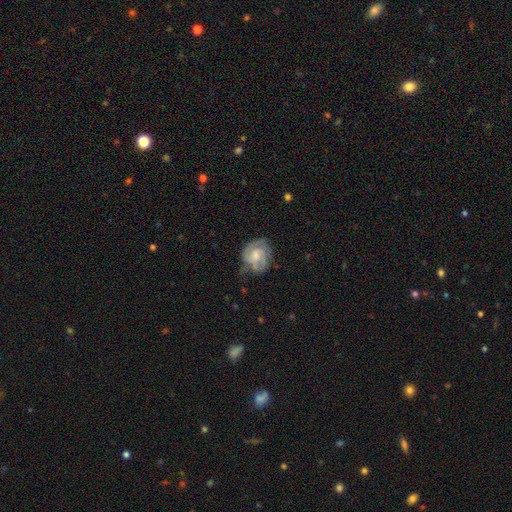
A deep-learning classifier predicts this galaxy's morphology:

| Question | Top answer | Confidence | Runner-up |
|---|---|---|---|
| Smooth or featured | featured or disk | 66% | smooth (27%) |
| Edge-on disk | no | 98% | yes (2%) |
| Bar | no | 59% | weak (36%) |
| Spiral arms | yes | 88% | no (12%) |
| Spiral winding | tight | 51% | medium (38%) |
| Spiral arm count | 2 | 43% | can't tell (26%) |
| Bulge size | moderate | 44% | small (34%) |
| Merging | none | 58% | minor disturbance (28%) |